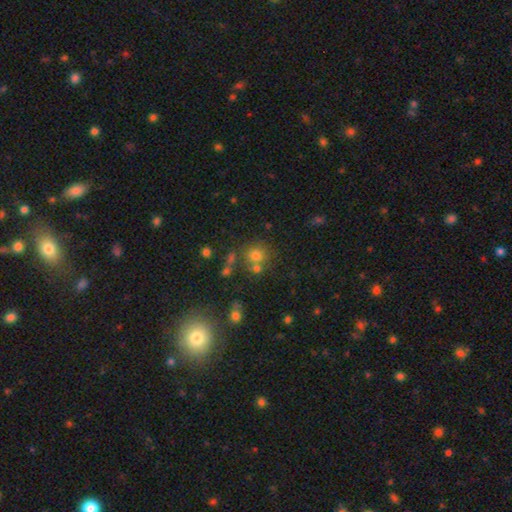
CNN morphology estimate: type=smooth (70%); roundness=round (85%); merging=none (62%).